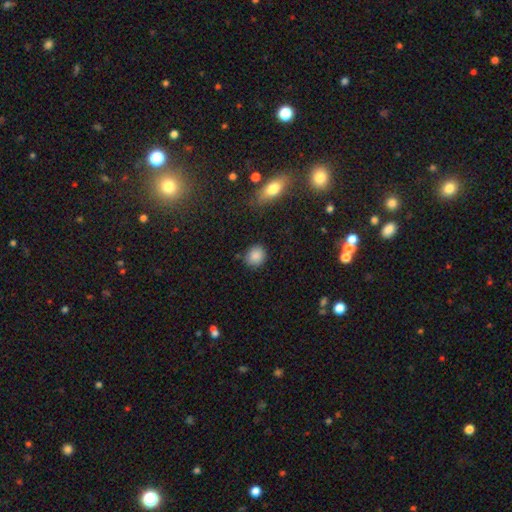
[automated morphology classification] smooth 87%, star or artifact 9%, featured or disk 4%. Down the decision tree: how rounded — round (70%); merging — none (82%).